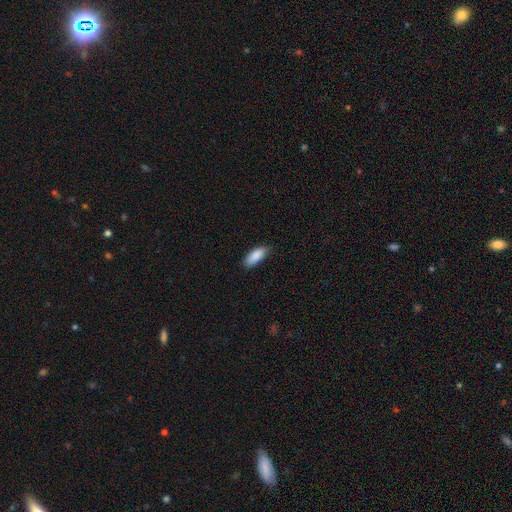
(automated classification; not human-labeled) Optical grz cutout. It shows a smooth galaxy with no disk features (89%) that is in between round and cigar-shaped (80%). Merging: none (79%).